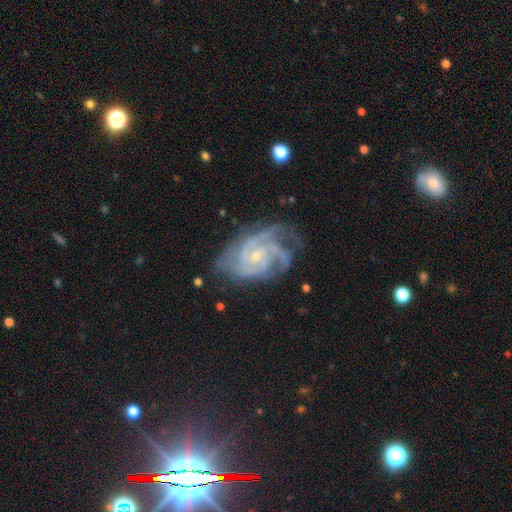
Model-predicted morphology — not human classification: smooth_or_featured: featured or disk (p=0.89) [alt: star or artifact p=0.06]
disk_edge_on: no (p=0.97) [alt: yes p=0.03]
bar: no (p=0.67) [alt: weak p=0.27]
has_spiral_arms: yes (p=0.98) [alt: no p=0.02]
spiral_winding: tight (p=0.59) [alt: medium p=0.35]
spiral_arm_count: 3 (p=0.40) [alt: 4 p=0.19]
bulge_size: small (p=0.72) [alt: moderate p=0.24]
merging: none (p=0.57) [alt: minor disturbance p=0.25]